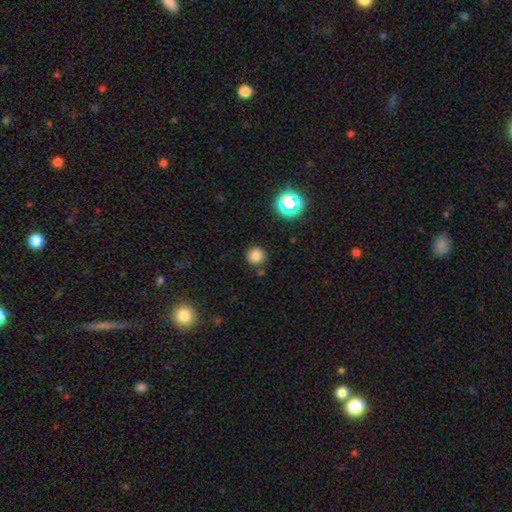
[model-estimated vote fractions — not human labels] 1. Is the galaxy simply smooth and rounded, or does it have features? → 79% smooth, 16% star or artifact, 5% featured or disk.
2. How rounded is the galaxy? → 94% round, 5% in between, 1% cigar-shaped.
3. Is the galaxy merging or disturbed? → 86% none, 7% minor disturbance, 4% merger, 3% major disturbance.